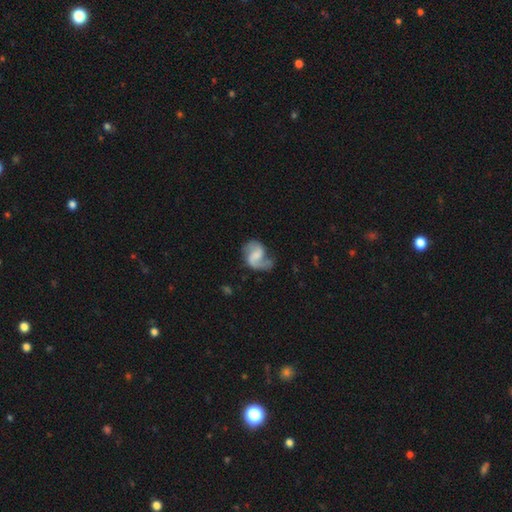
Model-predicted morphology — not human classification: A featured or disk galaxy (81%) with a weak bar (50%), 2 (85%) medium (46%) spiral arms (95%) and no central bulge (44%). Merging: none (60%).